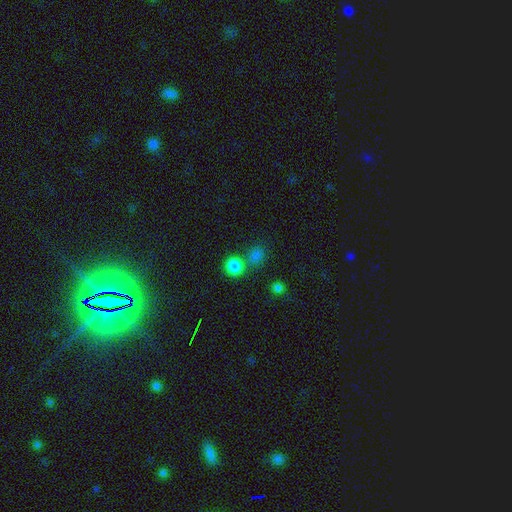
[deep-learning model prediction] Overall: smooth (77%). How rounded: round (79%). Merging: none (64%).